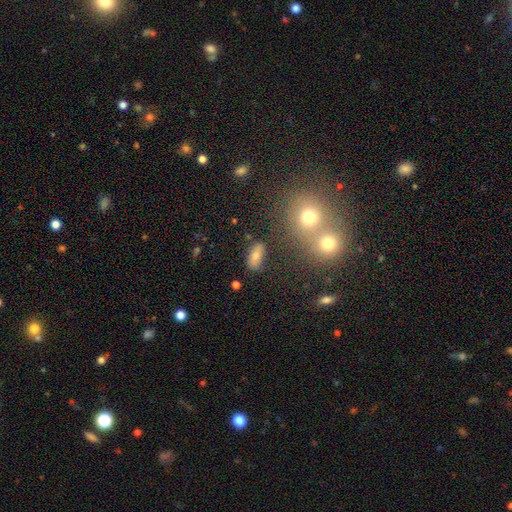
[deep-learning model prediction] Morphology: type=smooth (71%); roundness=in between (82%); merging=none (75%).